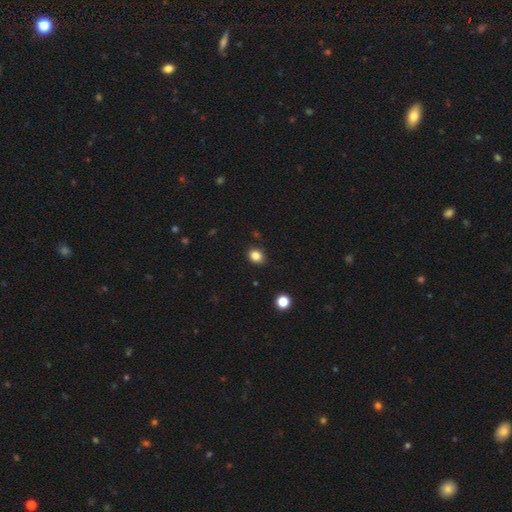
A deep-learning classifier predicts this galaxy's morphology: Smooth or featured: smooth — 84% (star or artifact — 12%)
How rounded: round — 56% (in between — 43%)
Merging: none — 87% (minor disturbance — 9%)